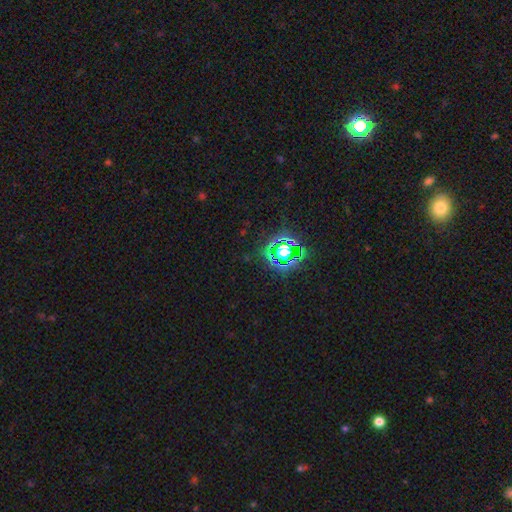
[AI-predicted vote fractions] Q: Smooth or featured?
A: star or artifact (78%); runner-up: smooth (15%)